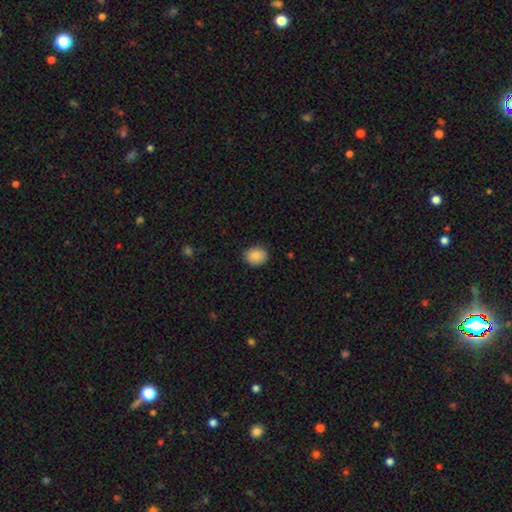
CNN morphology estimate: smooth_or_featured: smooth (p=0.88) [alt: star or artifact p=0.08]
how_rounded: round (p=0.60) [alt: in between p=0.39]
merging: none (p=0.84) [alt: minor disturbance p=0.12]